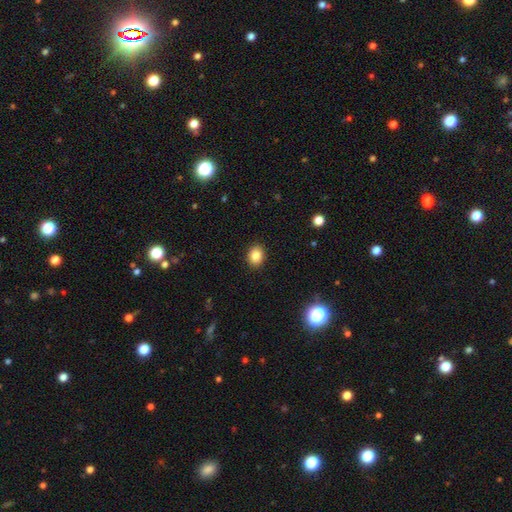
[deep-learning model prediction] smooth 84%, star or artifact 10%, featured or disk 6%. Down the decision tree: how rounded — round (52%); merging — none (91%).